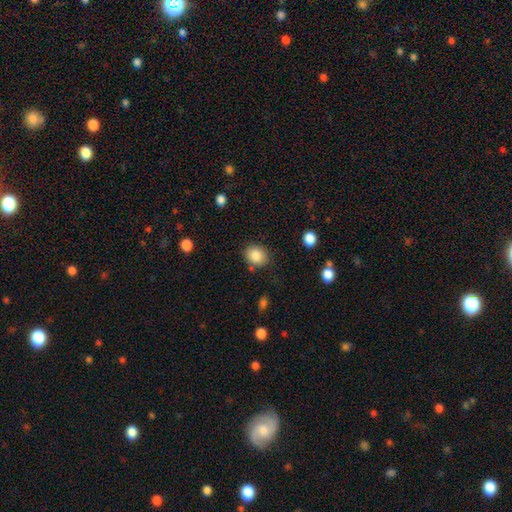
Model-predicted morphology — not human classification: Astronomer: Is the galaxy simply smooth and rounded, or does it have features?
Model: smooth — 86%.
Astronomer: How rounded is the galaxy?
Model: round — 63%.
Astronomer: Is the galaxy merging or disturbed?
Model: none — 81%.